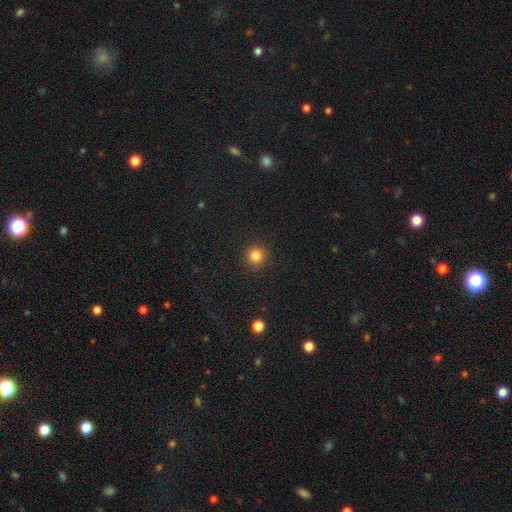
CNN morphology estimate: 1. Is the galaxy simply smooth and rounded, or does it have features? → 82% smooth, 13% star or artifact, 5% featured or disk.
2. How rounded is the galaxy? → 93% round, 6% in between, 1% cigar-shaped.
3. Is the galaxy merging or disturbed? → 90% none, 7% minor disturbance, 2% major disturbance, 1% merger.